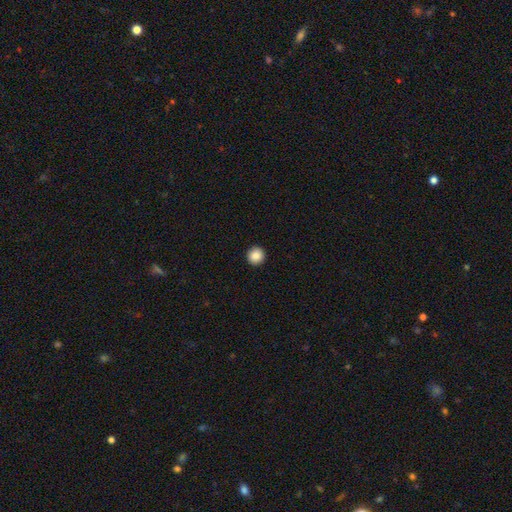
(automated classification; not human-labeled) This appears to be a smooth galaxy with no disk features (87%) that is round (94%). Merging: none (93%).